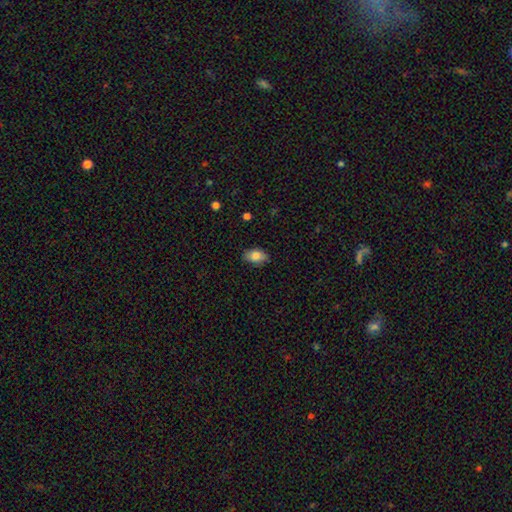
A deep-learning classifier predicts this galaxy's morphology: Smooth or featured? smooth (84%)
How rounded? in between (90%)
Merging? none (84%)